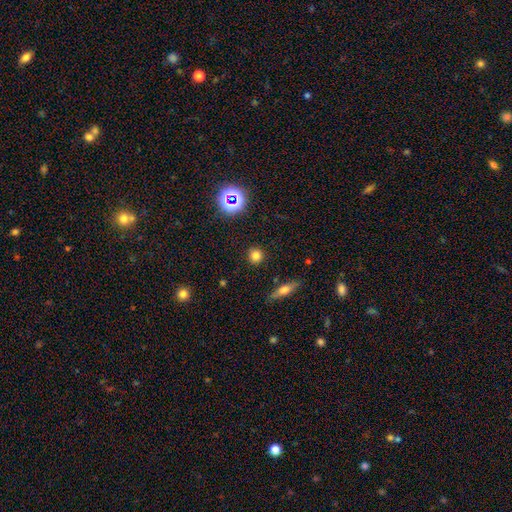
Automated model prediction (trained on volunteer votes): Q: Smooth or featured?
A: smooth (76%); runner-up: star or artifact (17%)
Q: How rounded?
A: round (92%); runner-up: in between (6%)
Q: Merging?
A: none (90%); runner-up: minor disturbance (6%)